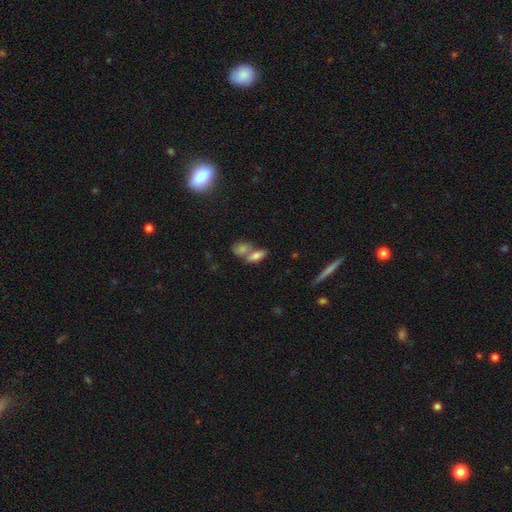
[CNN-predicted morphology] This is likely a smooth galaxy (75%). How rounded: likely in between (79%). Merging: possibly merger (49%).